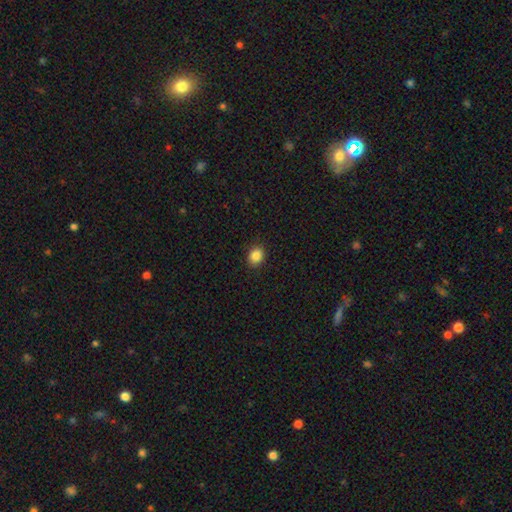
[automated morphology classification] Smooth or featured?
  - smooth: 87% *
  - star or artifact: 10%
  - featured or disk: 4%
How rounded?
  - round: 55% *
  - in between: 44%
  - cigar-shaped: 1%
Merging?
  - none: 90% *
  - minor disturbance: 7%
  - major disturbance: 2%
  - merger: 1%